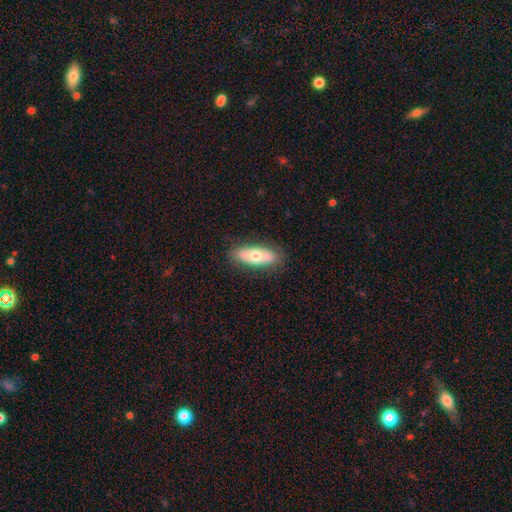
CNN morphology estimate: smooth_or_featured: smooth (p=0.57) [alt: featured or disk p=0.37]
how_rounded: in between (p=0.80) [alt: cigar-shaped p=0.17]
merging: none (p=0.82) [alt: minor disturbance p=0.13]